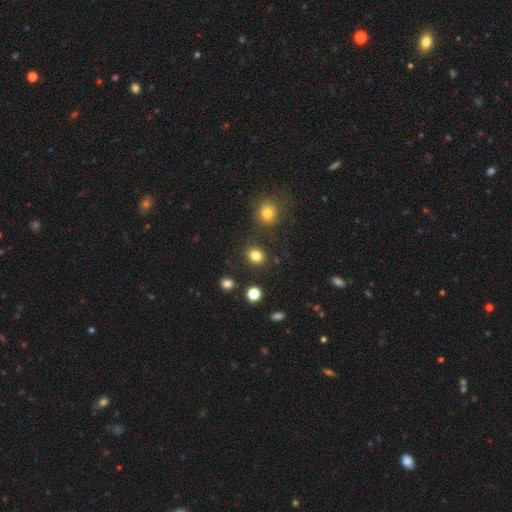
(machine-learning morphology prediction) smooth-or-featured: smooth: 82% | star or artifact: 13% | featured or disk: 5%
  how-rounded: round: 73% | in between: 26% | cigar-shaped: 1%
  merging: none: 86% | minor disturbance: 8% | merger: 3% | major disturbance: 3%